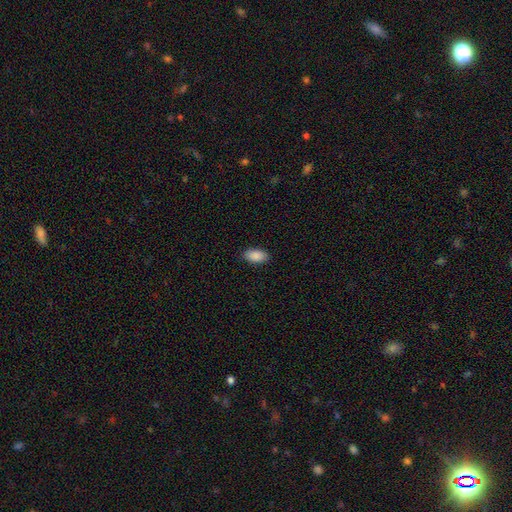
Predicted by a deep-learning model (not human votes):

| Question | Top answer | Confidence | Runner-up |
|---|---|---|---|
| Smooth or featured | smooth | 89% | star or artifact (7%) |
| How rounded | in between | 94% | round (3%) |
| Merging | none | 89% | minor disturbance (8%) |